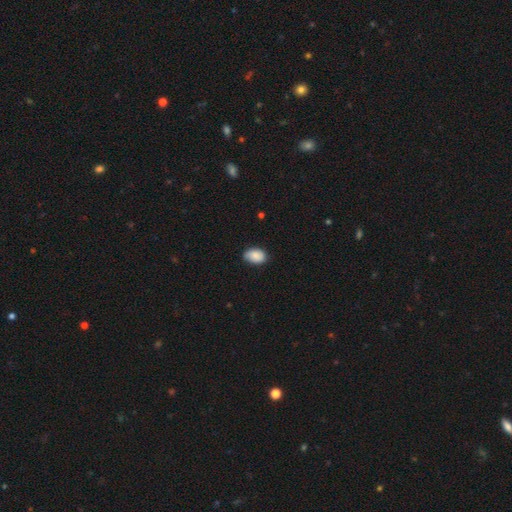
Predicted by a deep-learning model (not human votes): A smooth galaxy with no disk features (85%) that is in between round and cigar-shaped (85%).

Vote fractions:
- Smooth or featured? smooth: 85% / featured or disk: 8% / star or artifact: 7%
- How rounded? in between: 85% / round: 14% / cigar-shaped: 1%
- Merging? none: 76% / minor disturbance: 20% / major disturbance: 3% / merger: 1%